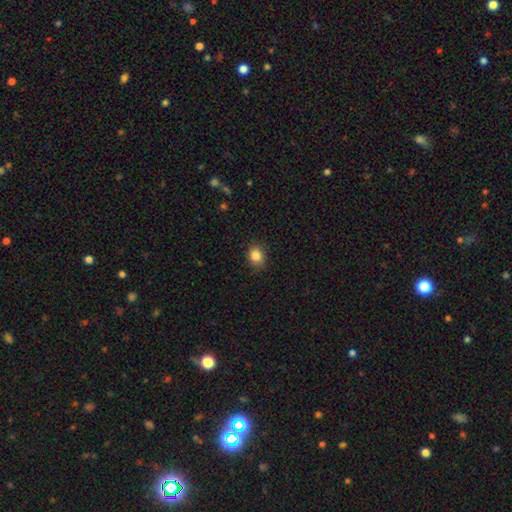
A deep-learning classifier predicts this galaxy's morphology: smooth 85%, star or artifact 10%, featured or disk 5%. Down the decision tree: how rounded — round (60%); merging — none (86%).